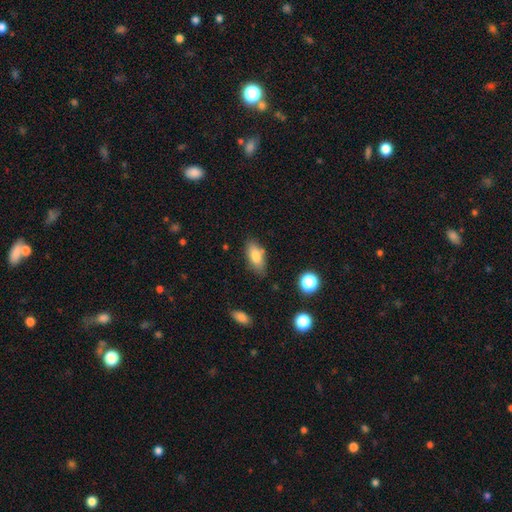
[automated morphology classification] The model was most divided on "merging": none: 76%, minor disturbance: 16%, merger: 5%, major disturbance: 3%. More confident: how rounded — in between (82%); smooth or featured — smooth (78%).